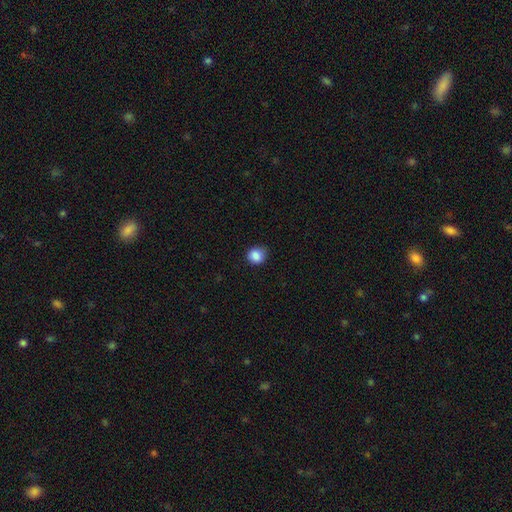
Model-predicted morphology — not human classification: This is clearly a smooth galaxy (87%). How rounded: clearly round (80%). Merging: likely none (75%).